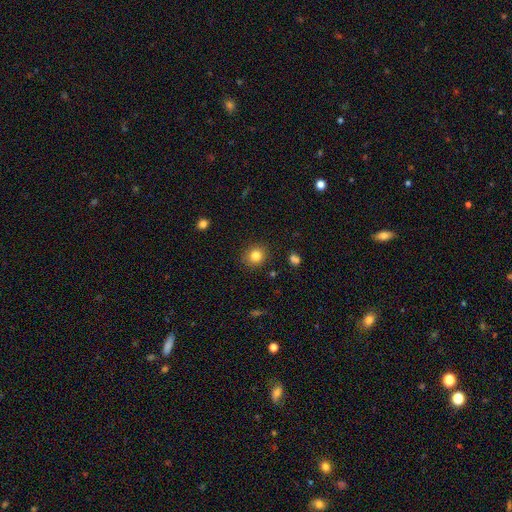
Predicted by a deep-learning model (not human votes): A smooth galaxy with no disk features (83%) that is round (83%). Merging: none (88%).